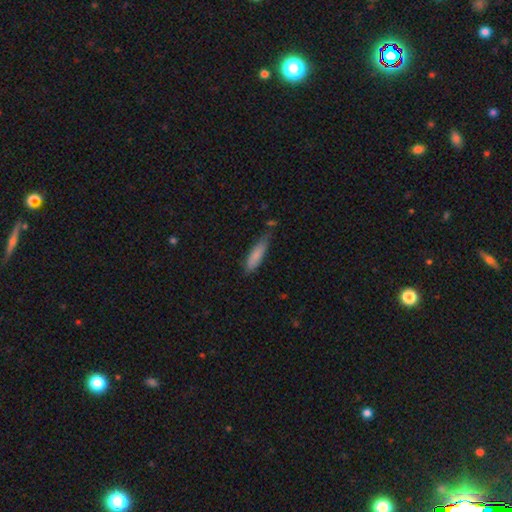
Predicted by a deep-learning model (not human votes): Q: Smooth or featured?
A: smooth (82%); runner-up: featured or disk (12%)
Q: How rounded?
A: cigar-shaped (69%); runner-up: in between (29%)
Q: Merging?
A: none (61%); runner-up: minor disturbance (29%)